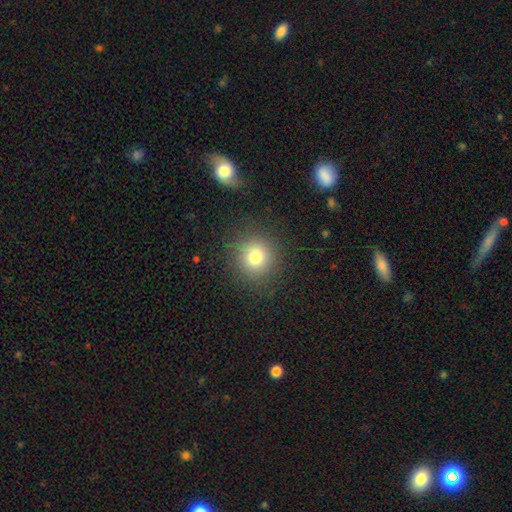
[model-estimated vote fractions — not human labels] The model was most divided on "smooth or featured": smooth: 78%, star or artifact: 13%, featured or disk: 9%. More confident: how rounded — round (92%); merging — none (89%).